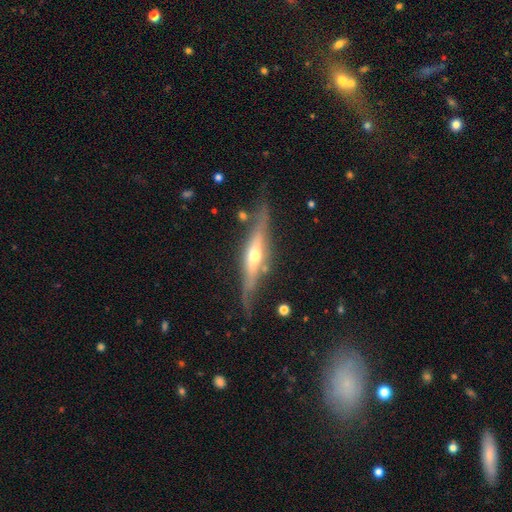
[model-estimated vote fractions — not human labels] smooth_or_featured: featured or disk (p=0.77) [alt: smooth p=0.17]
disk_edge_on: yes (p=0.92) [alt: no p=0.08]
edge_on_bulge: rounded (p=0.84) [alt: none p=0.09]
merging: none (p=0.75) [alt: minor disturbance p=0.16]